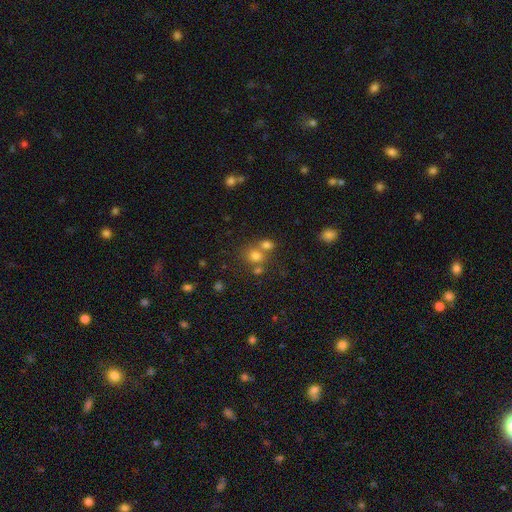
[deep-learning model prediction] smooth 73%, star or artifact 17%, featured or disk 10%. Down the decision tree: how rounded — round (70%); merging — none (47%).